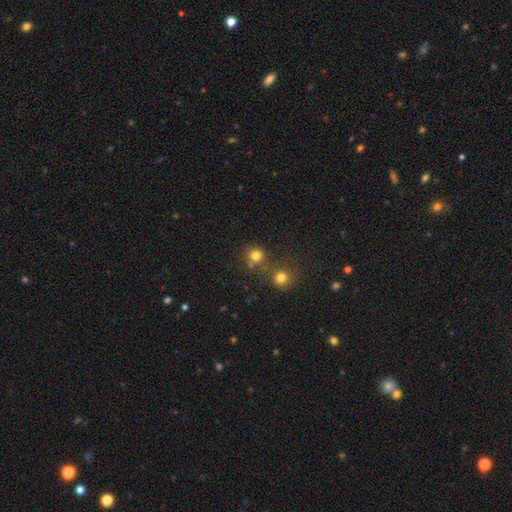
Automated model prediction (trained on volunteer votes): This is likely a smooth galaxy (77%). How rounded: clearly round (90%). Merging: likely none (64%).